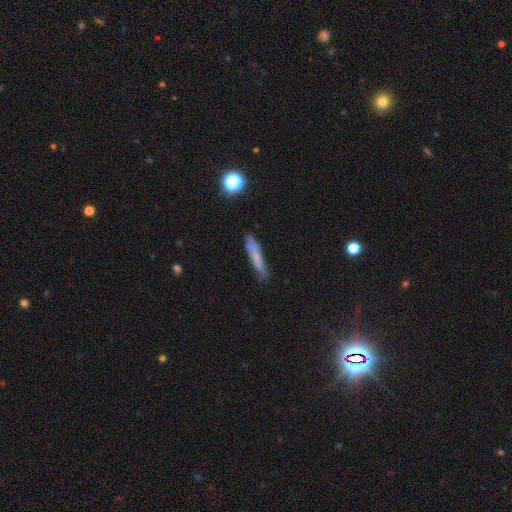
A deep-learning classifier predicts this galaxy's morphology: This appears to be a smooth galaxy with no disk features (62%) that is cigar-shaped (90%). Merging: none (73%).